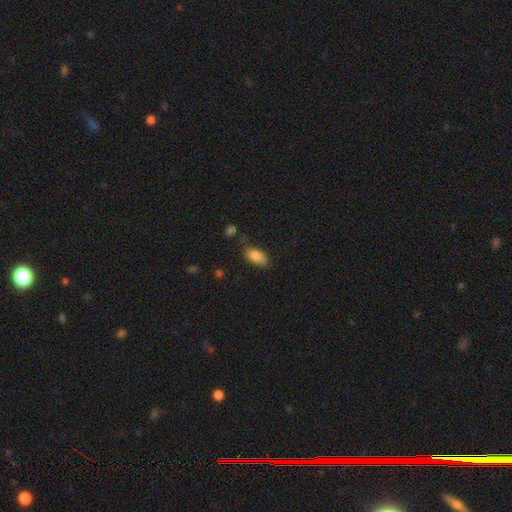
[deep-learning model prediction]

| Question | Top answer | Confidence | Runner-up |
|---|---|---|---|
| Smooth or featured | smooth | 84% | featured or disk (8%) |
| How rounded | in between | 90% | cigar-shaped (5%) |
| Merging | none | 71% | minor disturbance (21%) |